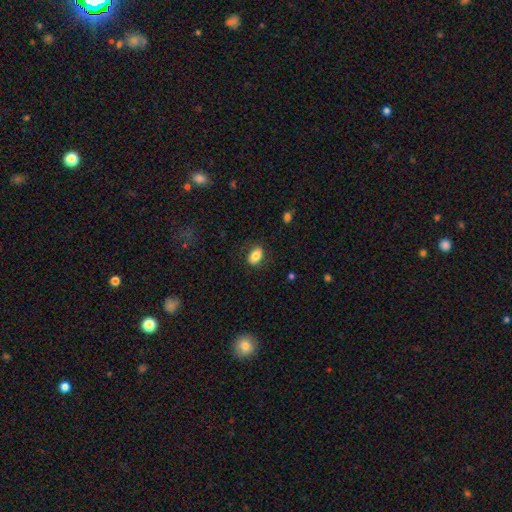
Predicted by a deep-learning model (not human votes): Overall: smooth (82%). How rounded: in between (84%). Merging: none (81%).